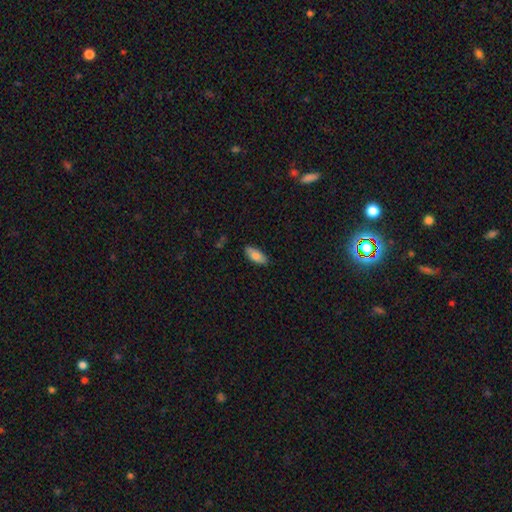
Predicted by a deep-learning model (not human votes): smooth-or-featured: smooth: 77% | featured or disk: 17% | star or artifact: 6%
  how-rounded: in between: 84% | cigar-shaped: 14% | round: 2%
  merging: none: 85% | minor disturbance: 11% | major disturbance: 2% | merger: 1%